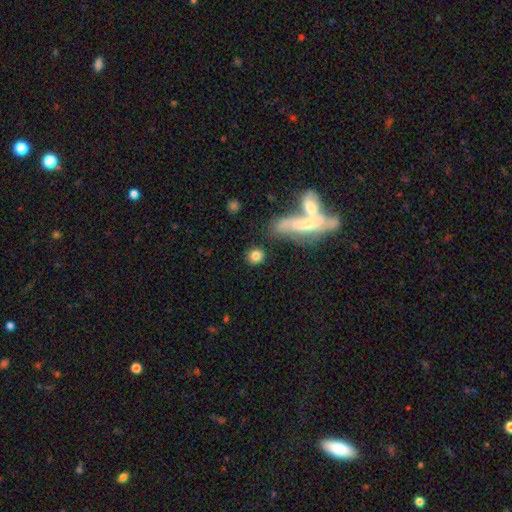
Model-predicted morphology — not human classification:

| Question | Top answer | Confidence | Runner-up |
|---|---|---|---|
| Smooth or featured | smooth | 80% | featured or disk (11%) |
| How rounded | round | 77% | in between (19%) |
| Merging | none | 74% | merger (12%) |